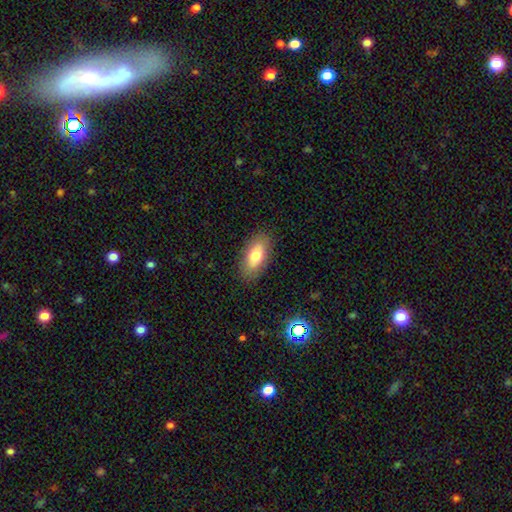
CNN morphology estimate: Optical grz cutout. It shows a smooth galaxy with no disk features (75%) that is in between round and cigar-shaped (86%). Merging: none (86%).